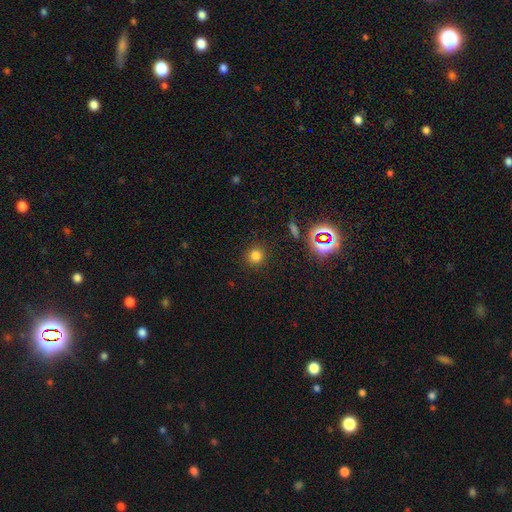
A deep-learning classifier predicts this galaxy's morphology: Smooth or featured: smooth — 76% (star or artifact — 18%)
How rounded: round — 91% (in between — 8%)
Merging: none — 90% (minor disturbance — 6%)